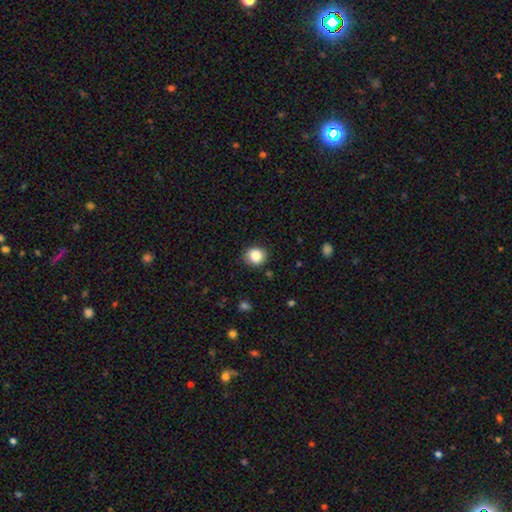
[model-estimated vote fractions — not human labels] This is clearly a smooth galaxy (86%). How rounded: clearly round (83%). Merging: clearly none (86%).